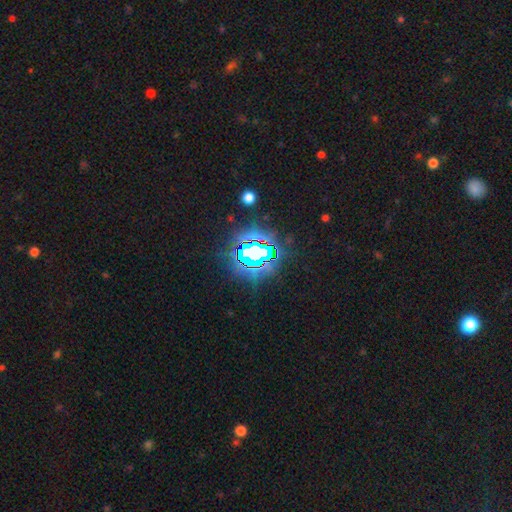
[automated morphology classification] A star or artifact, not a galaxy (78%).

Vote fractions:
- Smooth or featured? star or artifact: 78% / smooth: 12% / featured or disk: 9%